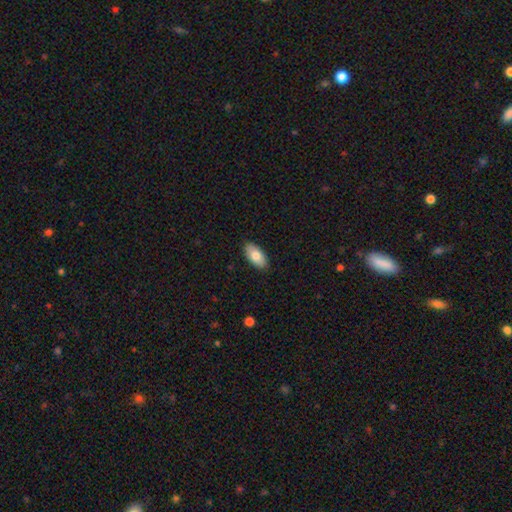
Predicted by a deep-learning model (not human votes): Smooth or featured: smooth — 81% (featured or disk — 13%)
How rounded: in between — 93% (cigar-shaped — 4%)
Merging: none — 88% (minor disturbance — 9%)